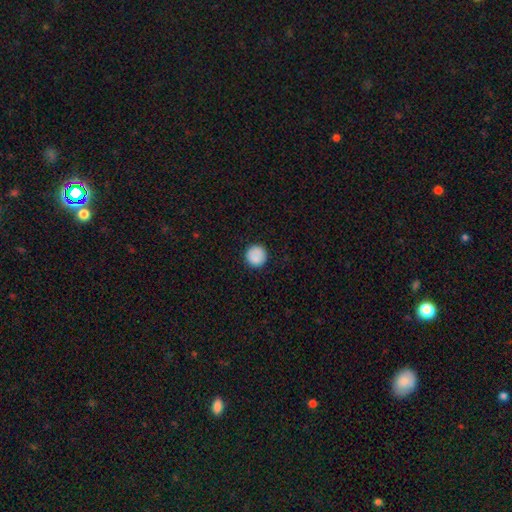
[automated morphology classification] Smooth or featured?
  - smooth: 87% *
  - star or artifact: 8%
  - featured or disk: 5%
How rounded?
  - round: 95% *
  - in between: 4%
  - cigar-shaped: 1%
Merging?
  - none: 90% *
  - minor disturbance: 7%
  - major disturbance: 2%
  - merger: 1%